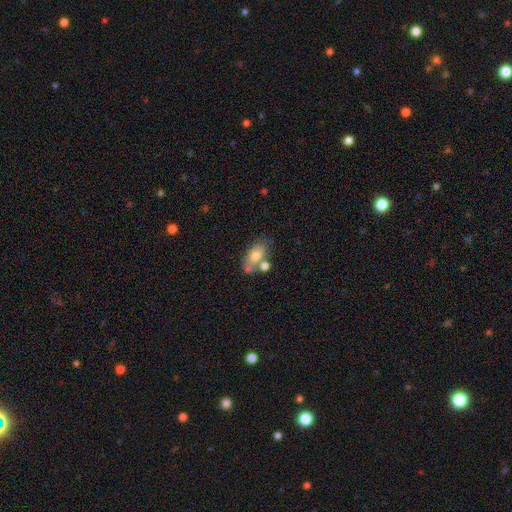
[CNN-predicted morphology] Smooth or featured?
  - smooth: 68% *
  - featured or disk: 23%
  - star or artifact: 8%
How rounded?
  - in between: 87% *
  - round: 10%
  - cigar-shaped: 3%
Merging?
  - none: 50% *
  - merger: 27%
  - minor disturbance: 17%
  - major disturbance: 6%